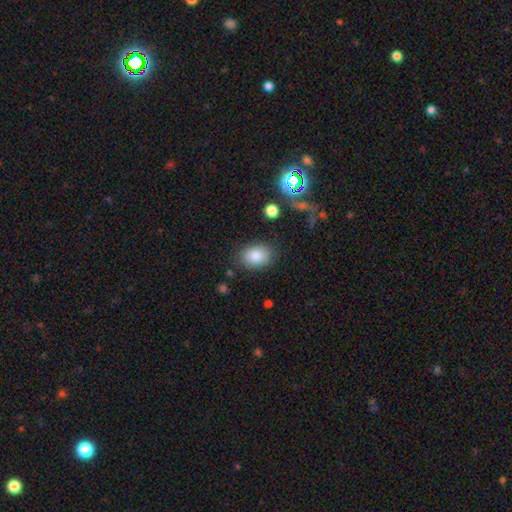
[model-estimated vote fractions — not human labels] Overall: smooth (84%). How rounded: in between (65%; round 34%). Merging: none (82%).